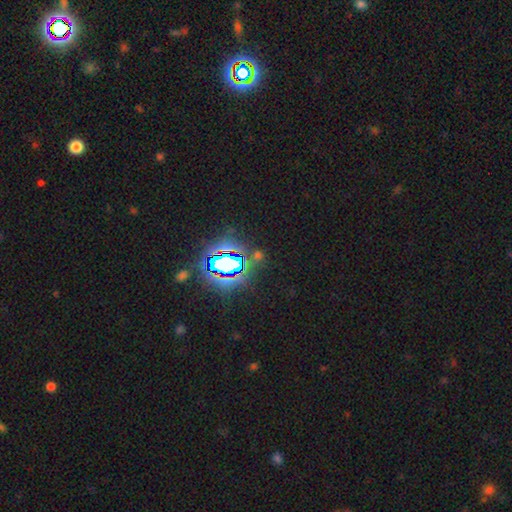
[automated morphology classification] The model was most divided on "smooth or featured": star or artifact: 77%, smooth: 14%, featured or disk: 9%.